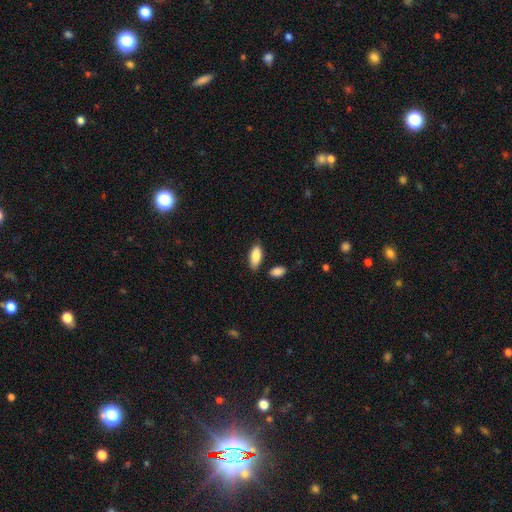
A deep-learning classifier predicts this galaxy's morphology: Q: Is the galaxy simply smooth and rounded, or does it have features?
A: smooth — 87%.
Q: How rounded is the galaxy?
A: in between — 84%.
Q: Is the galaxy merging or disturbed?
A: none — 80%.